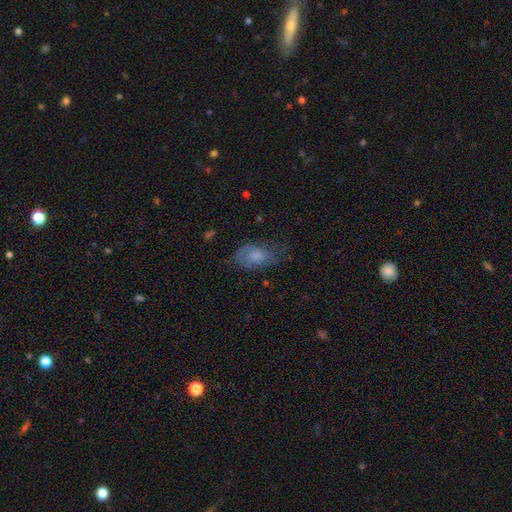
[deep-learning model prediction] The model was most divided on "merging": none: 54%, minor disturbance: 29%, major disturbance: 15%, merger: 2%. More confident: how rounded — in between (88%); smooth or featured — smooth (68%).